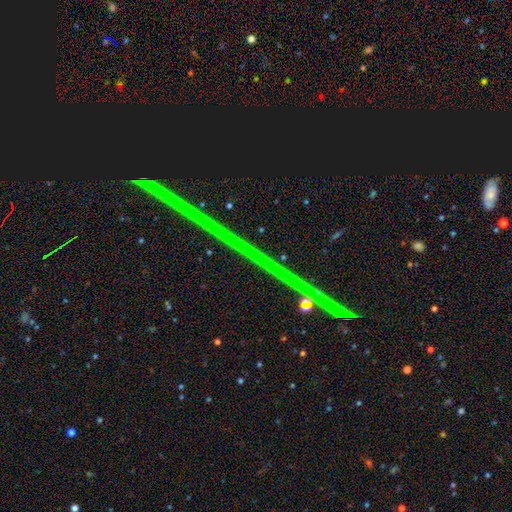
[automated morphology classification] smooth_or_featured: star or artifact (p=0.88) [alt: featured or disk p=0.07]